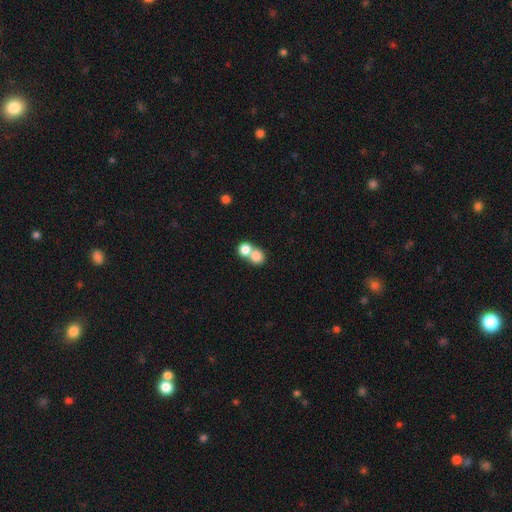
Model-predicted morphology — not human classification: Smooth or featured? smooth (79%)
How rounded? round (82%)
Merging? merger (62%)